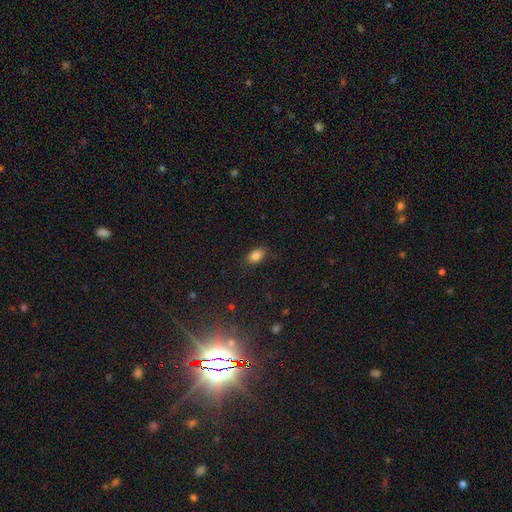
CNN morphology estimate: Overall: smooth (85%). How rounded: in between (88%). Merging: none (84%).